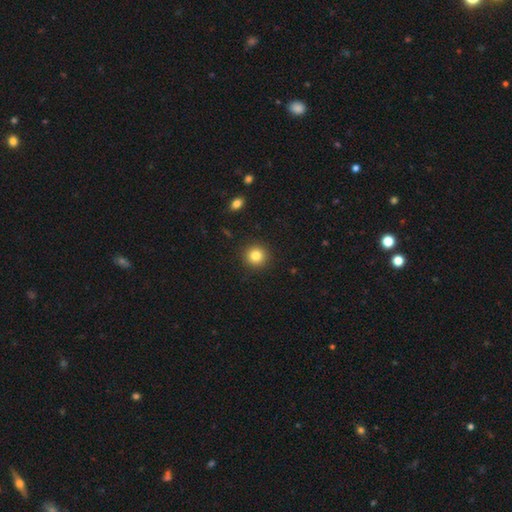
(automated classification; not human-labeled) Q: Smooth or featured?
A: smooth (82%); runner-up: star or artifact (11%)
Q: How rounded?
A: round (93%); runner-up: in between (6%)
Q: Merging?
A: none (92%); runner-up: minor disturbance (5%)